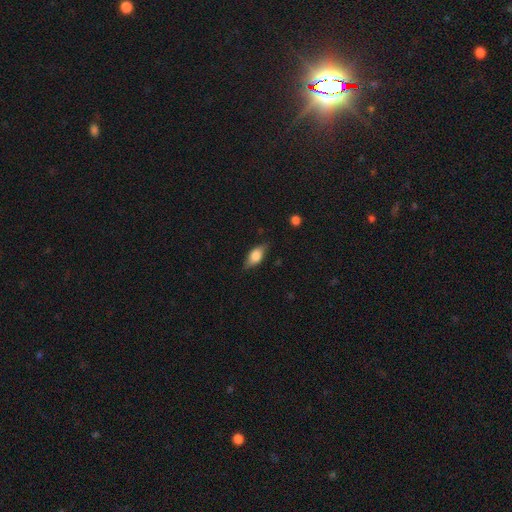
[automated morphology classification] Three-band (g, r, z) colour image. It shows a smooth galaxy with no disk features (73%) that is in between round and cigar-shaped (85%). Merging: none (78%).